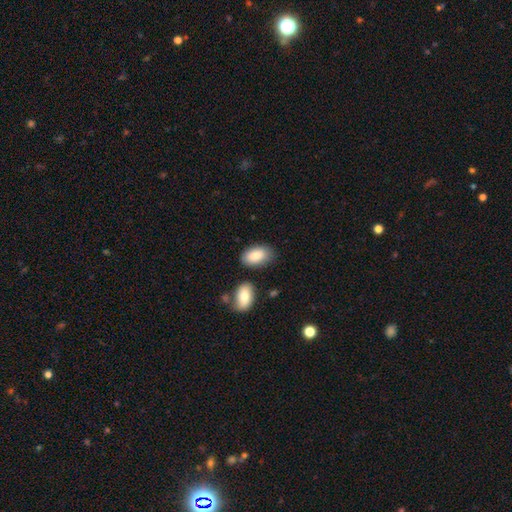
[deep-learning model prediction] Smooth or featured?
  - smooth: 86% *
  - featured or disk: 8%
  - star or artifact: 6%
How rounded?
  - in between: 94% *
  - round: 4%
  - cigar-shaped: 2%
Merging?
  - none: 74% *
  - minor disturbance: 15%
  - merger: 7%
  - major disturbance: 4%